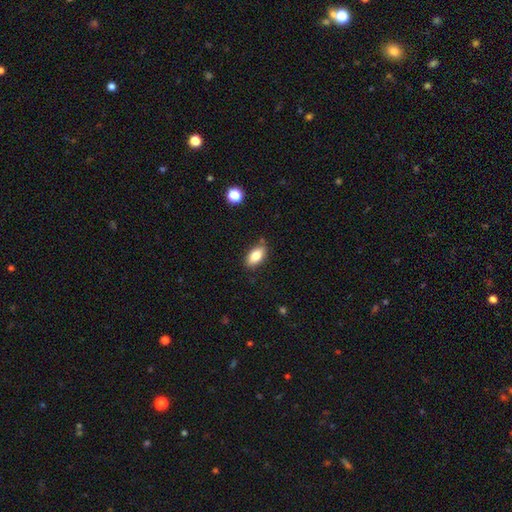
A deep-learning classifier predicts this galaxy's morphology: smooth 82%, featured or disk 11%, star or artifact 8%. Down the decision tree: how rounded — in between (90%); merging — none (81%).